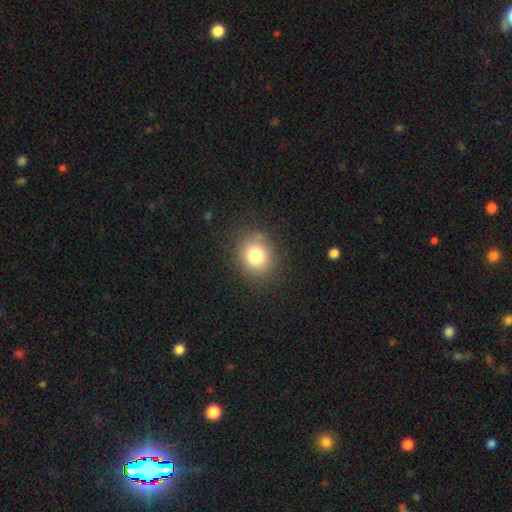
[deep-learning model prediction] Smooth or featured?
  - smooth: 79% *
  - star or artifact: 12%
  - featured or disk: 9%
How rounded?
  - round: 75% *
  - in between: 25%
  - cigar-shaped: 1%
Merging?
  - none: 83% *
  - minor disturbance: 11%
  - major disturbance: 4%
  - merger: 2%